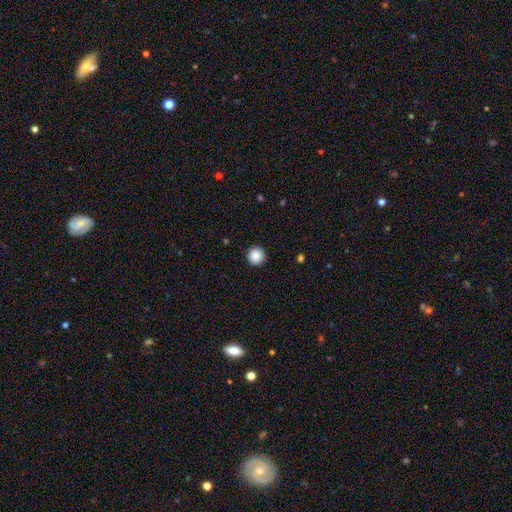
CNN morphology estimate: Smooth or featured? smooth (88%)
How rounded? round (96%)
Merging? none (92%)